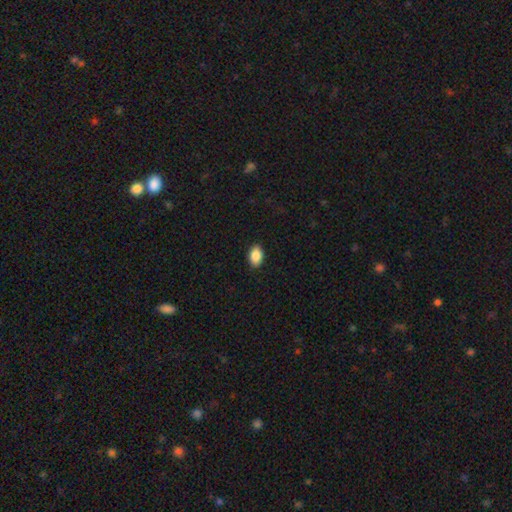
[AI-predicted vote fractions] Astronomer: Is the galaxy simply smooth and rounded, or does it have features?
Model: smooth — 89%.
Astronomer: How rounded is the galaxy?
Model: in between — 85%.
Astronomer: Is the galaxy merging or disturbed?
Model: none — 89%.